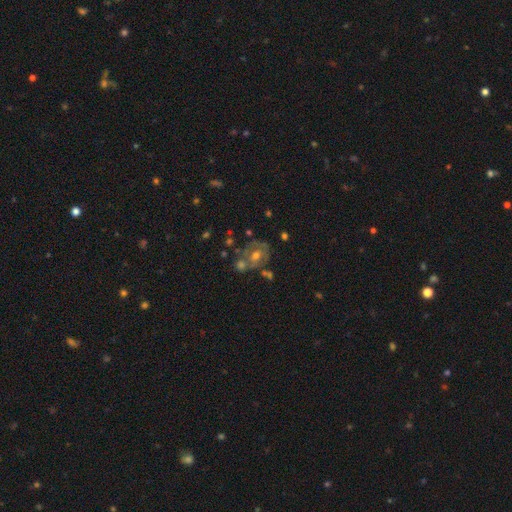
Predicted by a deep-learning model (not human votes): featured or disk 59%, smooth 27%, star or artifact 14%. Down the decision tree: edge-on disk — no (96%); bar — no (76%); spiral arms — no (54%); bulge size — moderate (69%); merging — none (47%).